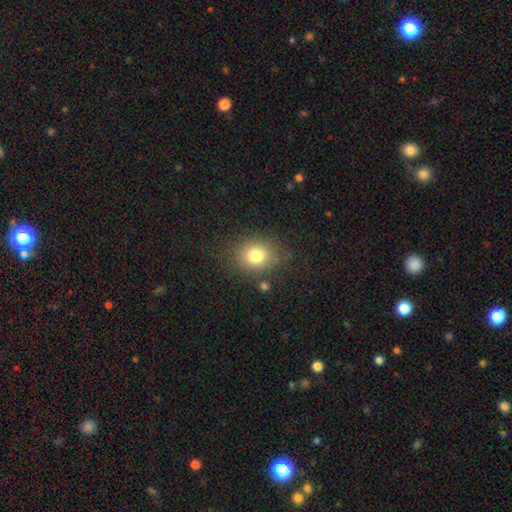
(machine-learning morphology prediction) smooth 79%, star or artifact 12%, featured or disk 10%. Down the decision tree: how rounded — round (62%); merging — none (77%).